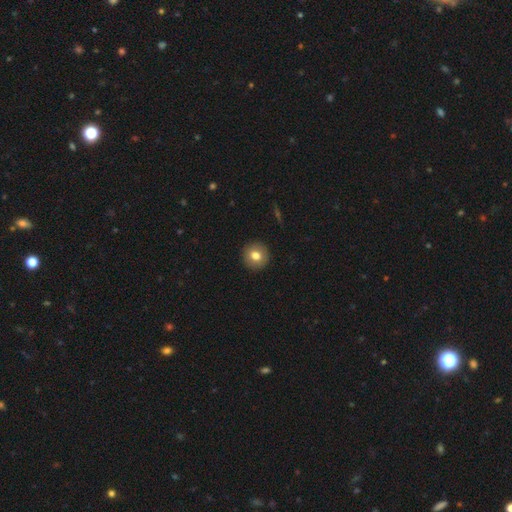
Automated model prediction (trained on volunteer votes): Smooth or featured: smooth — 78% (featured or disk — 14%)
How rounded: round — 93% (in between — 6%)
Merging: none — 93% (minor disturbance — 5%)